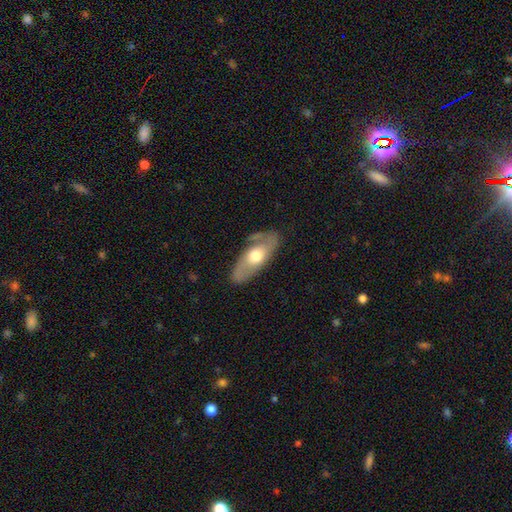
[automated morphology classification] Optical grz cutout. It shows a featured or disk galaxy (55%). Merging: none (75%).